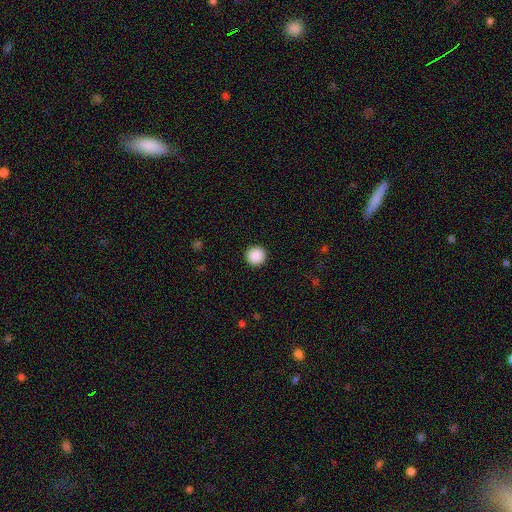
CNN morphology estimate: Smooth or featured? Predicted: smooth (p=0.89). How rounded? Predicted: round (p=0.95). Merging? Predicted: none (p=0.93).